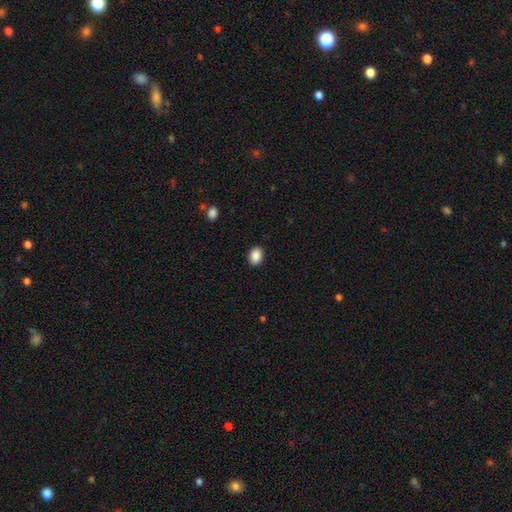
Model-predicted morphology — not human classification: smooth_or_featured: smooth (p=0.89) [alt: star or artifact p=0.08]
how_rounded: in between (p=0.66) [alt: round p=0.33]
merging: none (p=0.90) [alt: minor disturbance p=0.07]